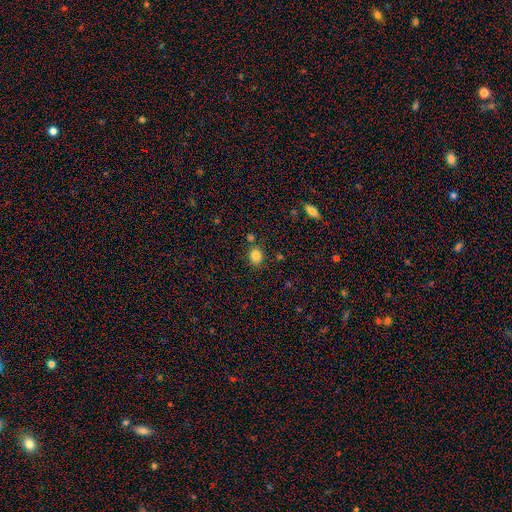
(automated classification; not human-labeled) Smooth or featured: smooth — 84% (star or artifact — 11%)
How rounded: round — 63% (in between — 36%)
Merging: none — 79% (minor disturbance — 11%)